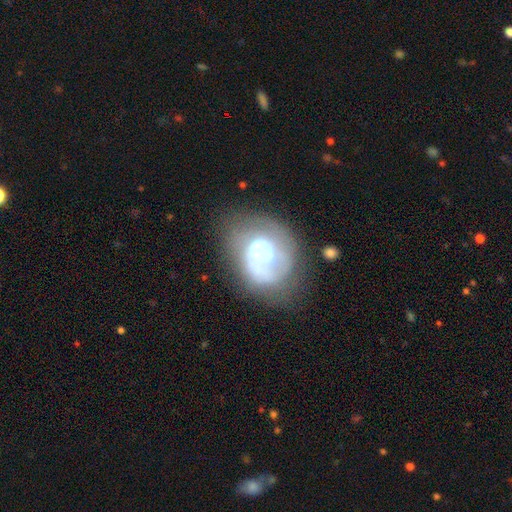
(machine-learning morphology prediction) A featured or disk galaxy (62%) with no bar (88%), no spiral arms (70%) and a small central bulge (31%).

Vote fractions:
- Smooth or featured? featured or disk: 62% / smooth: 29% / star or artifact: 9%
- Edge-on disk? no: 98% / yes: 2%
- Bar? no: 88% / weak: 10% / strong: 3%
- Spiral arms? no: 70% / yes: 30%
- Bulge size? small: 31% / moderate: 29% / none: 27% / large: 10% / dominant: 4%
- Merging? none: 39% / major disturbance: 25% / minor disturbance: 20% / merger: 16%